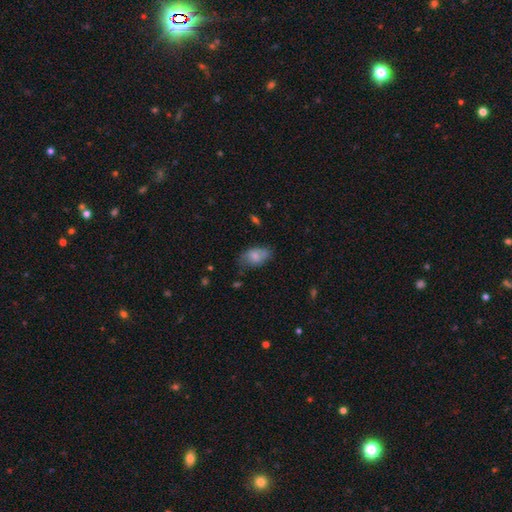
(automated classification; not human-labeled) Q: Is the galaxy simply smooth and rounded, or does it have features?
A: smooth — 77%.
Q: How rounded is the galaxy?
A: in between — 91%.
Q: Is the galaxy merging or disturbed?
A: none — 60%.